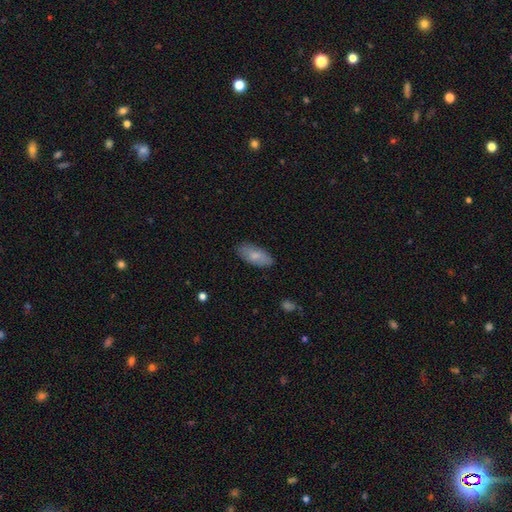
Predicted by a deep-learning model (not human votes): Smooth or featured?
  - smooth: 78% *
  - featured or disk: 16%
  - star or artifact: 6%
How rounded?
  - in between: 87% *
  - cigar-shaped: 11%
  - round: 2%
Merging?
  - none: 83% *
  - minor disturbance: 13%
  - major disturbance: 3%
  - merger: 1%